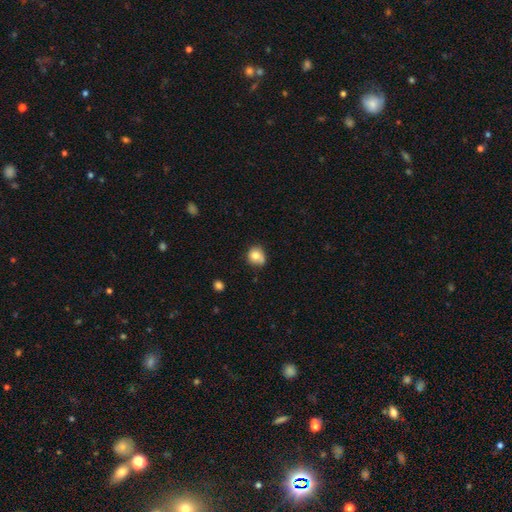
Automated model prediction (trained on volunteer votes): smooth-or-featured: smooth: 78% | featured or disk: 13% | star or artifact: 10%
  how-rounded: round: 76% | in between: 23% | cigar-shaped: 1%
  merging: none: 55% | minor disturbance: 30% | merger: 8% | major disturbance: 8%